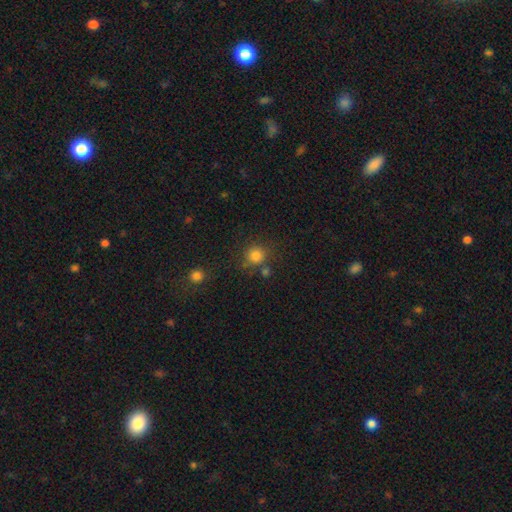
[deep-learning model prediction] Q: Smooth or featured?
A: smooth (81%); runner-up: star or artifact (13%)
Q: How rounded?
A: round (91%); runner-up: in between (8%)
Q: Merging?
A: none (73%); runner-up: merger (11%)